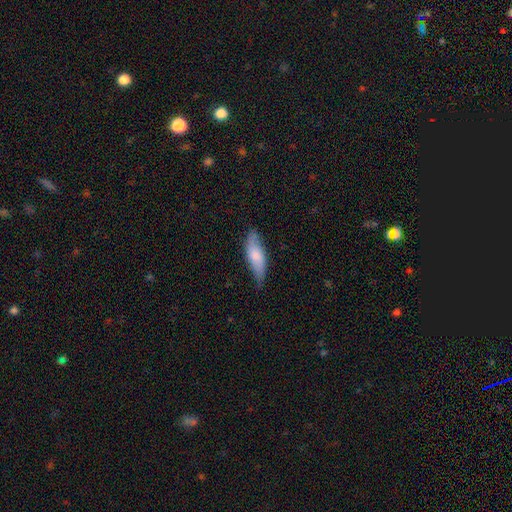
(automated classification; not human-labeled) Smooth or featured? Predicted: smooth (p=0.69). How rounded? Predicted: in between (p=0.53). Merging? Predicted: none (p=0.66).